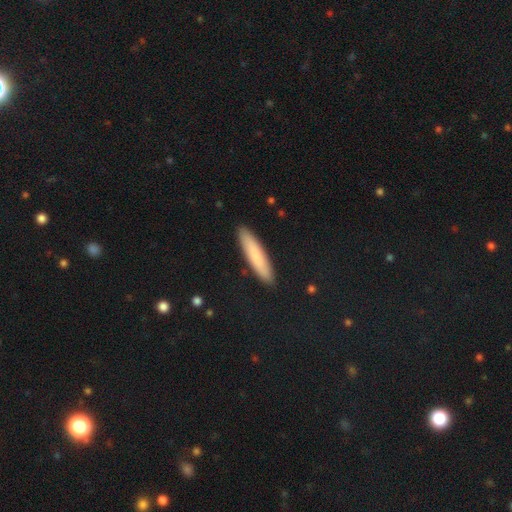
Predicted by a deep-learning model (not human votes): A smooth galaxy with no disk features (80%) that is cigar-shaped (86%). Merging: none (90%).